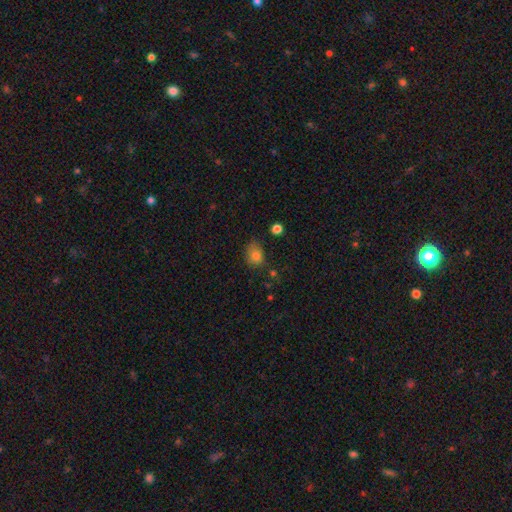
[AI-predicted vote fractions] Q: Smooth or featured?
A: smooth (80%); runner-up: star or artifact (12%)
Q: How rounded?
A: in between (54%); runner-up: round (45%)
Q: Merging?
A: none (58%); runner-up: minor disturbance (29%)